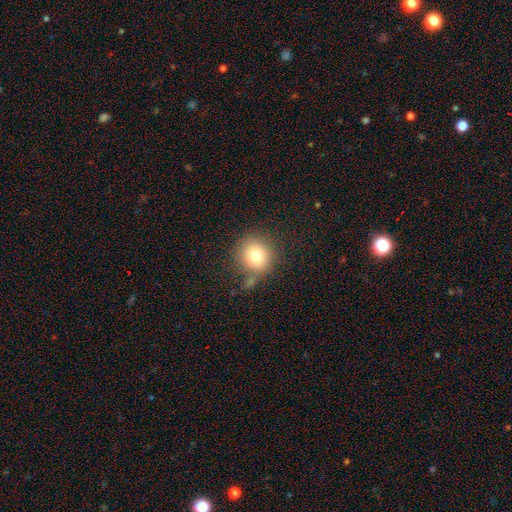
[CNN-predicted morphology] This appears to be a smooth galaxy with no disk features (78%) that is round (92%). Merging: none (71%).